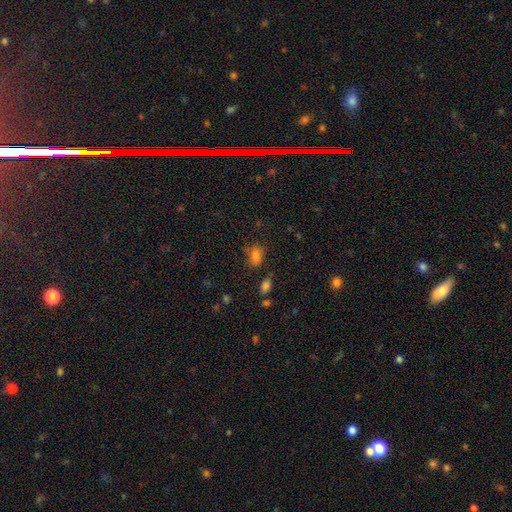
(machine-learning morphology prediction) A smooth galaxy with no disk features (78%) that is in between round and cigar-shaped (77%). Merging: none (62%).